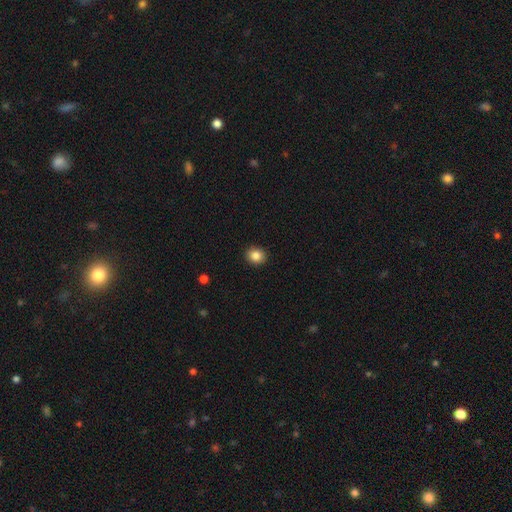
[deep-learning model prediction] A smooth galaxy with no disk features (85%) that is round (70%). Merging: none (92%).